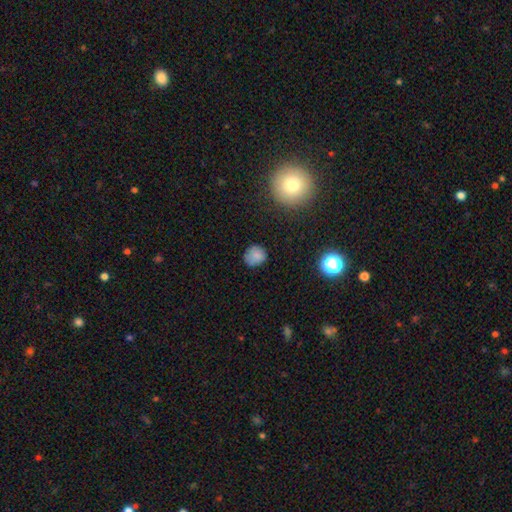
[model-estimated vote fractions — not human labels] smooth 81%, star or artifact 12%, featured or disk 7%. Down the decision tree: how rounded — round (85%); merging — none (77%).